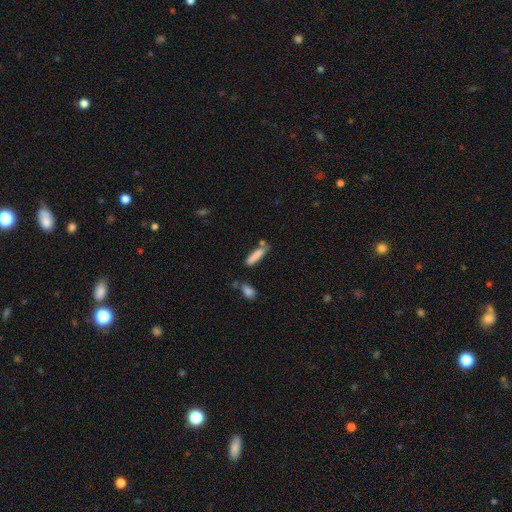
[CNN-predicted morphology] Smooth or featured? smooth (83%)
How rounded? cigar-shaped (75%)
Merging? none (67%)